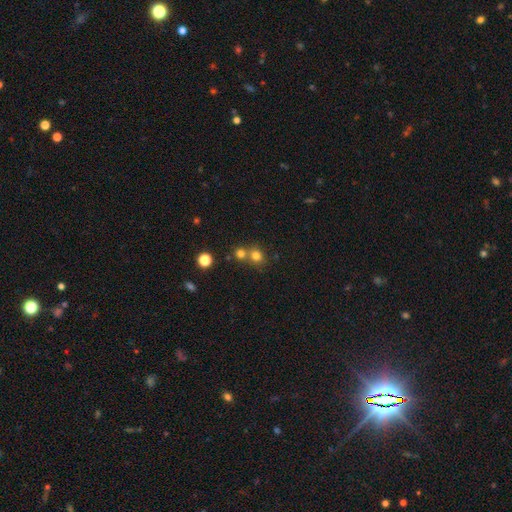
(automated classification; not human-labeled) This appears to be a smooth galaxy with no disk features (77%) that is round (85%). Merging: none (54%).